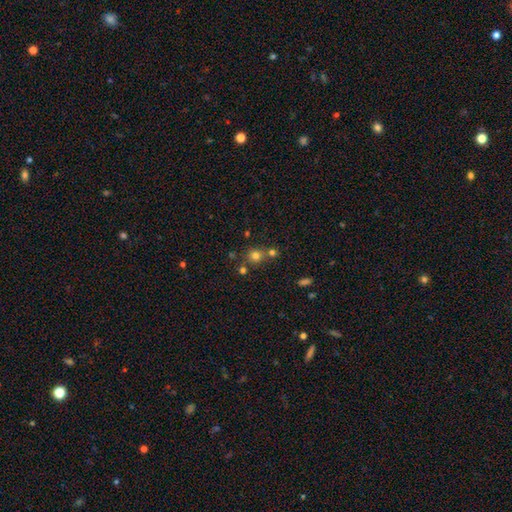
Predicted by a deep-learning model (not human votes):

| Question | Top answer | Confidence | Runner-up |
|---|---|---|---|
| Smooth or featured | smooth | 73% | star or artifact (18%) |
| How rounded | round | 86% | in between (13%) |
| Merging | none | 61% | merger (28%) |